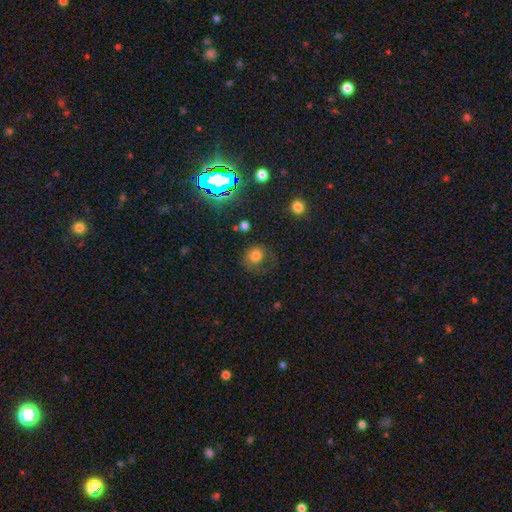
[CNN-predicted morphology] smooth-or-featured: smooth: 72% | star or artifact: 18% | featured or disk: 10%
  how-rounded: round: 77% | in between: 22% | cigar-shaped: 1%
  merging: none: 59% | minor disturbance: 22% | major disturbance: 17% | merger: 3%